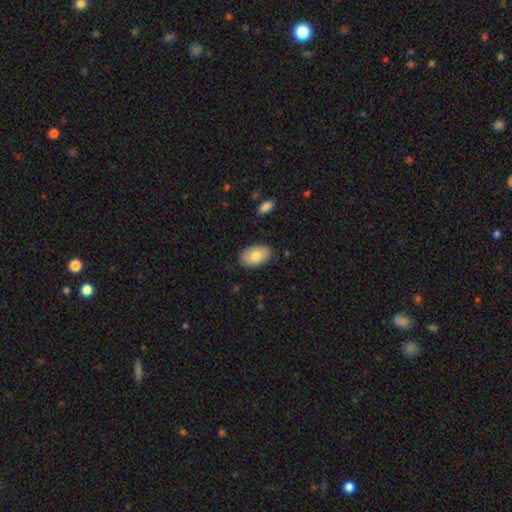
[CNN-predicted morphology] A smooth galaxy with no disk features (79%) that is in between round and cigar-shaped (92%). Merging: none (85%).